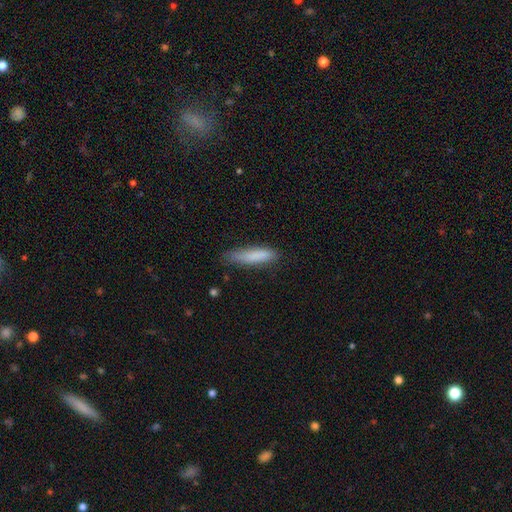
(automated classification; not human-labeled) Smooth or featured: smooth — 83% (featured or disk — 10%)
How rounded: cigar-shaped — 77% (in between — 22%)
Merging: none — 68% (minor disturbance — 25%)